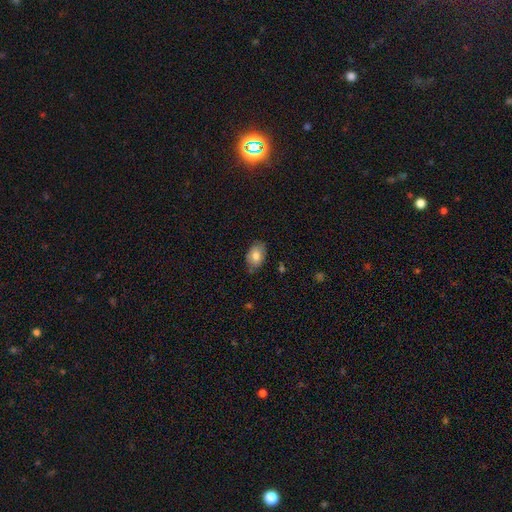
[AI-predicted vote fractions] smooth 77%, featured or disk 16%, star or artifact 7%. Down the decision tree: how rounded — in between (87%); merging — none (77%).